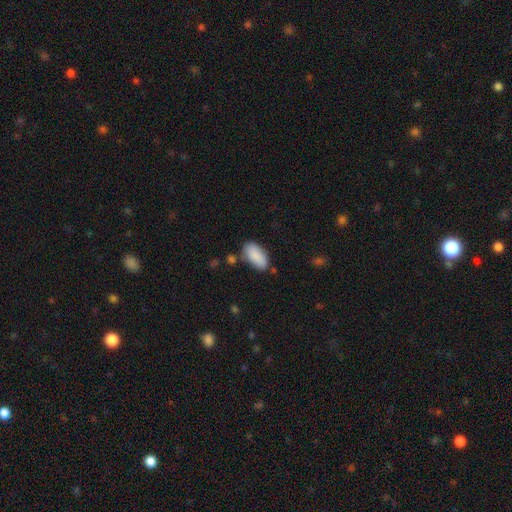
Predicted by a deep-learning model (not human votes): smooth-or-featured: smooth: 88% | star or artifact: 6% | featured or disk: 6%
  how-rounded: in between: 92% | cigar-shaped: 5% | round: 2%
  merging: none: 72% | minor disturbance: 18% | merger: 6% | major disturbance: 4%